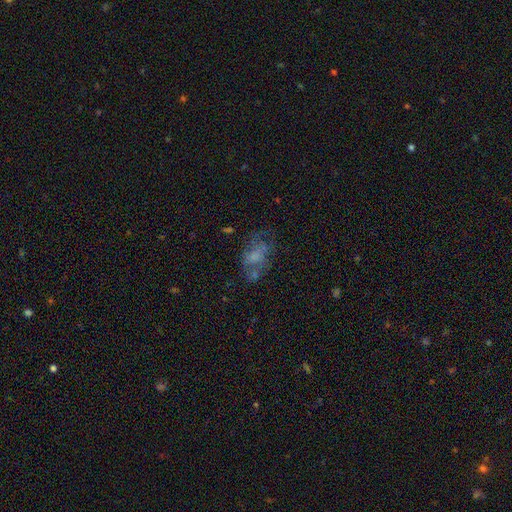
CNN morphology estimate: smooth-or-featured: smooth: 46% | featured or disk: 40% | star or artifact: 14%
  merging: none: 42% | major disturbance: 26% | minor disturbance: 22% | merger: 10%